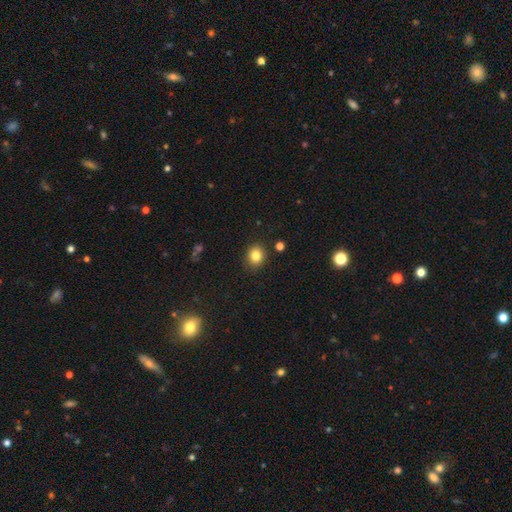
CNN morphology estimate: This is clearly a smooth galaxy (83%). How rounded: likely round (69%). Merging: clearly none (87%).